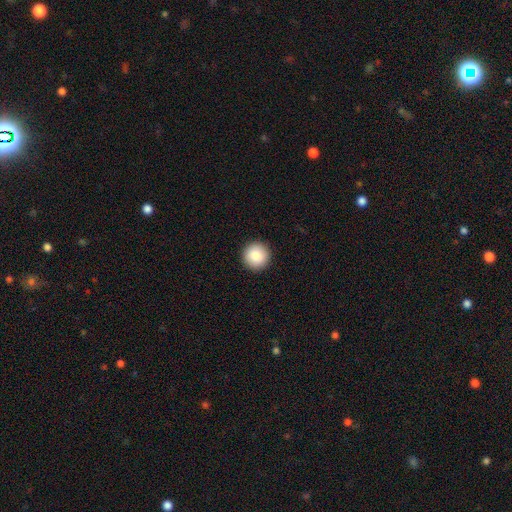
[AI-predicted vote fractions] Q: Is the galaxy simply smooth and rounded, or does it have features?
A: smooth — 86%.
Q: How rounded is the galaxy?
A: round — 96%.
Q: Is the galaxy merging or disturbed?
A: none — 93%.